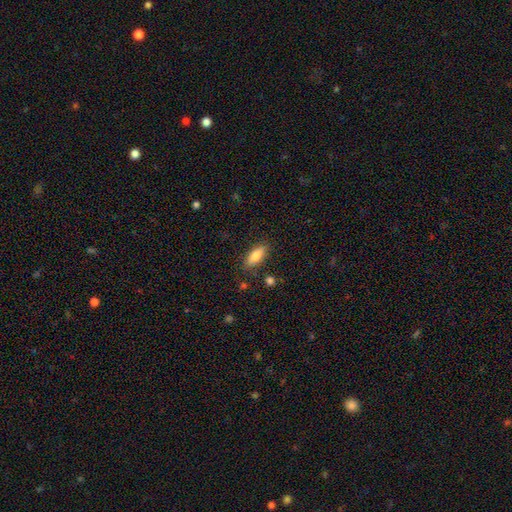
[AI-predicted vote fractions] Morphology: type=smooth (81%); roundness=in between (72%); merging=none (84%).